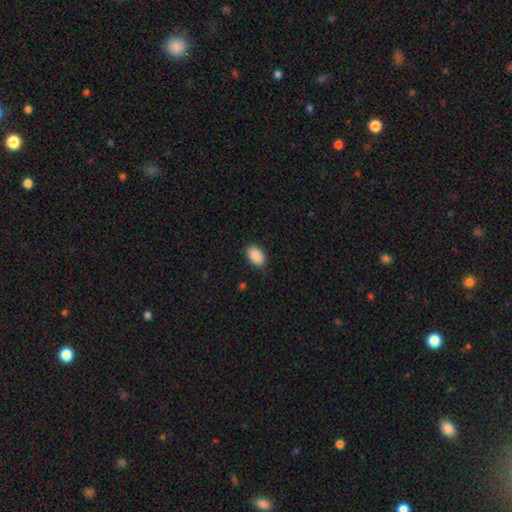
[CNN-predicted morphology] smooth-or-featured: smooth: 90% | star or artifact: 7% | featured or disk: 3%
  how-rounded: in between: 89% | round: 10% | cigar-shaped: 1%
  merging: none: 86% | minor disturbance: 11% | major disturbance: 2% | merger: 1%